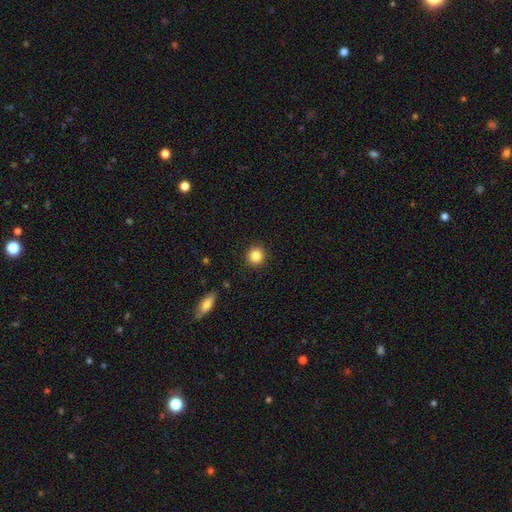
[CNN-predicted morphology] A smooth galaxy with no disk features (85%) that is round (92%). Merging: none (91%).